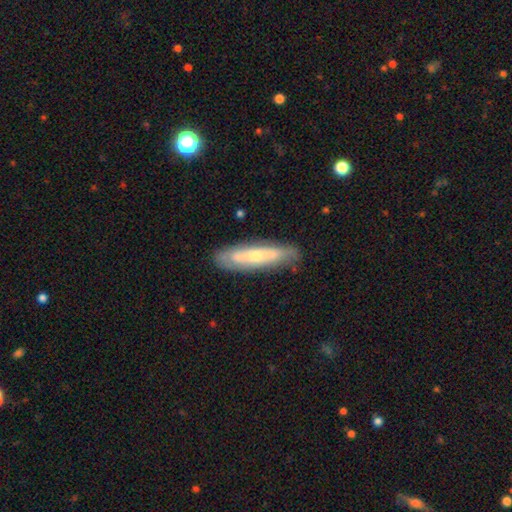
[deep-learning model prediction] Q: Smooth or featured?
A: featured or disk (52%); runner-up: smooth (42%)
Q: Edge-on disk?
A: no (54%); runner-up: yes (46%)
Q: Merging?
A: none (78%); runner-up: minor disturbance (17%)